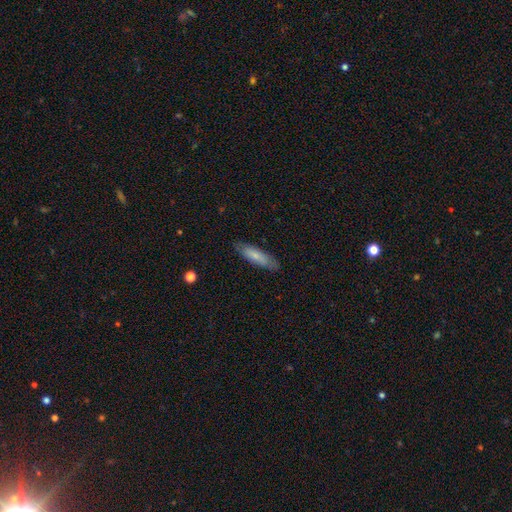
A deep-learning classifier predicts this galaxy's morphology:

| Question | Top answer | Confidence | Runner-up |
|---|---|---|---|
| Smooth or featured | smooth | 75% | featured or disk (20%) |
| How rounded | cigar-shaped | 62% | in between (36%) |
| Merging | none | 83% | minor disturbance (13%) |